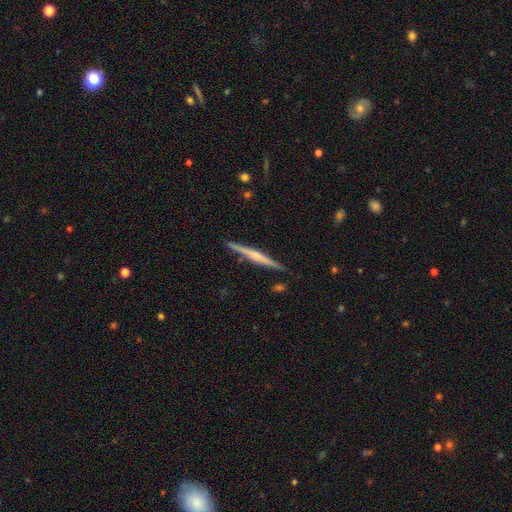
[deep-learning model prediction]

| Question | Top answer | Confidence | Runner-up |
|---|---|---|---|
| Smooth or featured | featured or disk | 65% | smooth (29%) |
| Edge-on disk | yes | 98% | no (2%) |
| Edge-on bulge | rounded | 50% | none (36%) |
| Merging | none | 90% | minor disturbance (8%) |